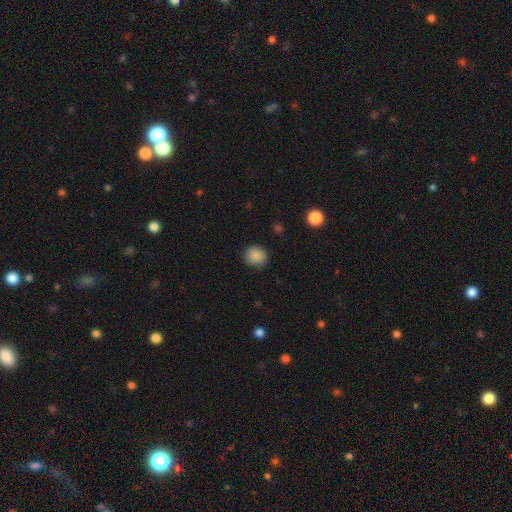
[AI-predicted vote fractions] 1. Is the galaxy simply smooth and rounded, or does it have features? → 87% smooth, 9% star or artifact, 4% featured or disk.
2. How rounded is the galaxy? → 86% round, 13% in between, 1% cigar-shaped.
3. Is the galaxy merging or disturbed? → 85% none, 11% minor disturbance, 3% major disturbance, 1% merger.